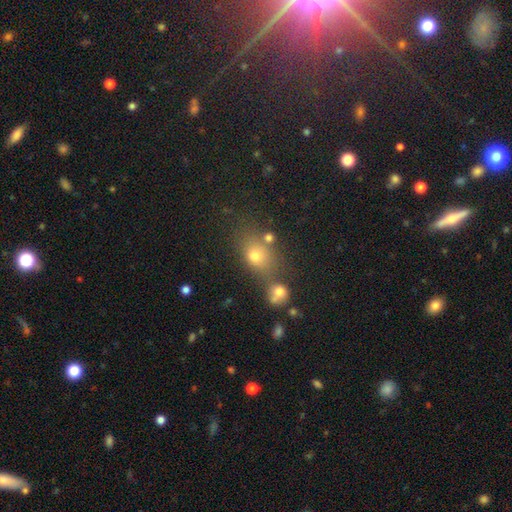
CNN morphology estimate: Smooth or featured? Predicted: smooth (p=0.69). How rounded? Predicted: in between (p=0.56). Merging? Predicted: none (p=0.56).